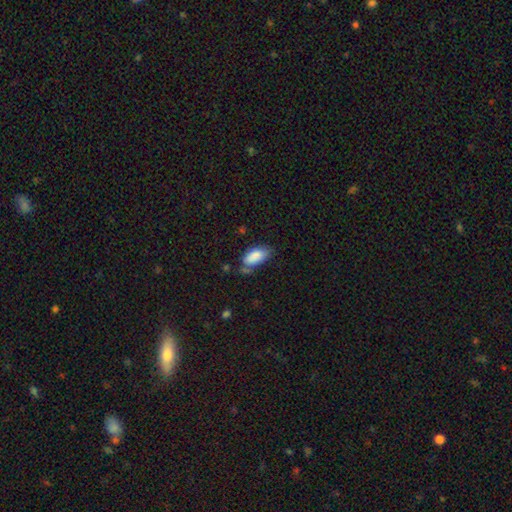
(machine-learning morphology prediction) The model was most divided on "merging": none: 54%, minor disturbance: 28%, merger: 10%, major disturbance: 9%. More confident: how rounded — in between (92%); smooth or featured — smooth (85%).